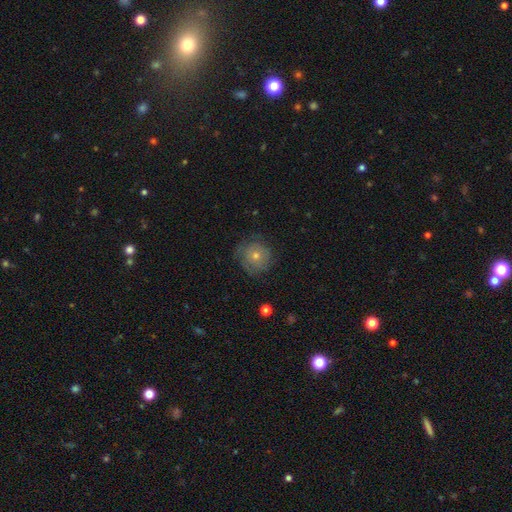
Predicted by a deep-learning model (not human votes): Morphology: type=smooth (52%); roundness=round (92%); merging=none (75%).